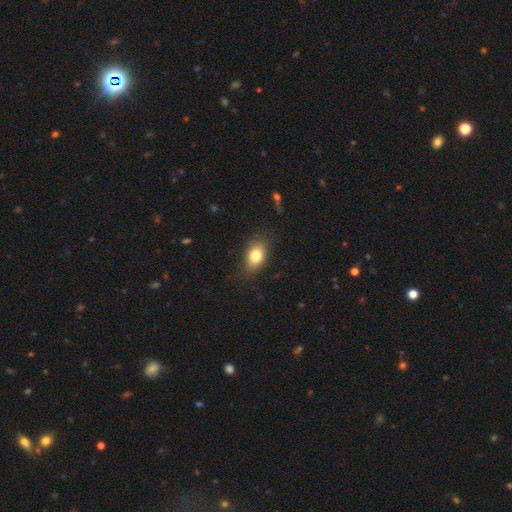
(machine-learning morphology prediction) This is likely a smooth galaxy (79%). How rounded: clearly in between (84%). Merging: likely none (79%).